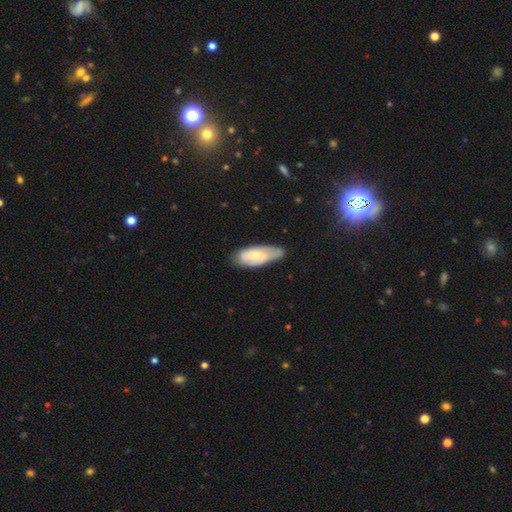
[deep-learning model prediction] Morphology: type=smooth (50%); roundness=in between (76%); merging=none (60%).